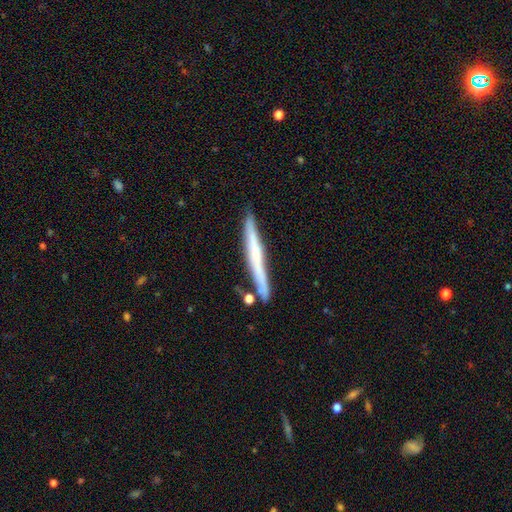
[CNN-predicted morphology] Overall: featured or disk (49%; smooth 44%). Merging: none (84%).